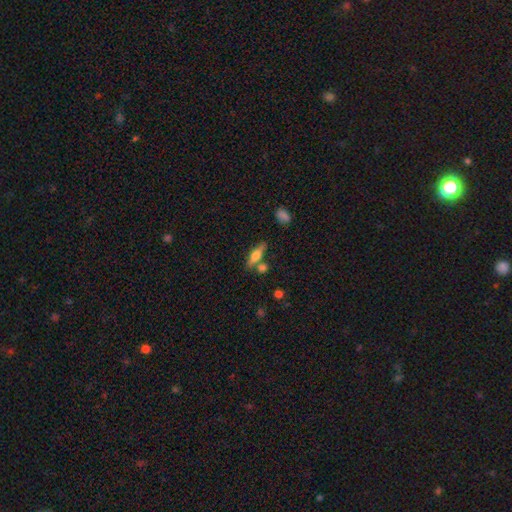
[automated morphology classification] This appears to be a smooth galaxy with no disk features (57%) that is cigar-shaped (57%). Merging: none (68%).